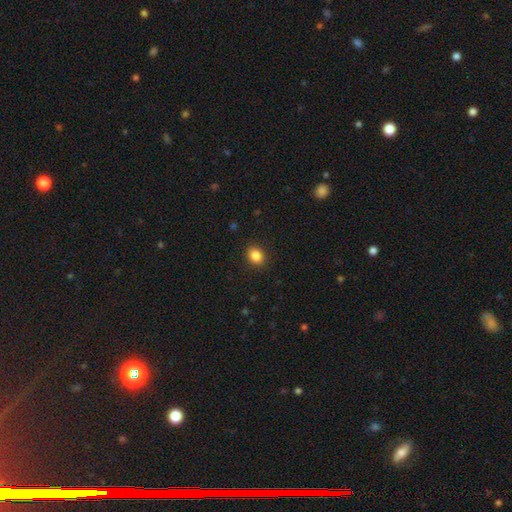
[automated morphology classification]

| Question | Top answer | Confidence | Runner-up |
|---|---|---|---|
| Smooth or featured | smooth | 86% | star or artifact (10%) |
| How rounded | in between | 54% | round (45%) |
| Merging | none | 90% | minor disturbance (7%) |